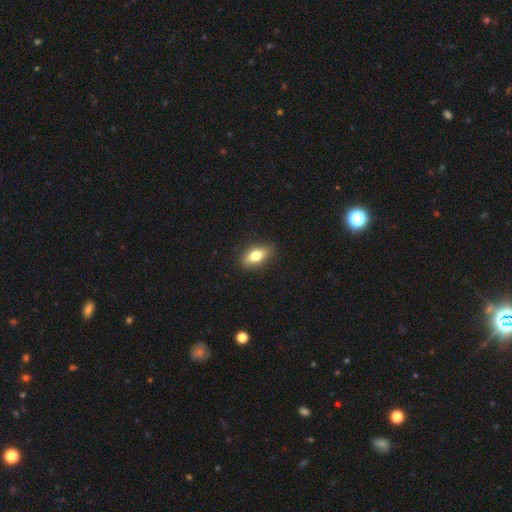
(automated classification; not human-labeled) Smooth or featured? Predicted: smooth (p=0.76). How rounded? Predicted: in between (p=0.84). Merging? Predicted: none (p=0.88).